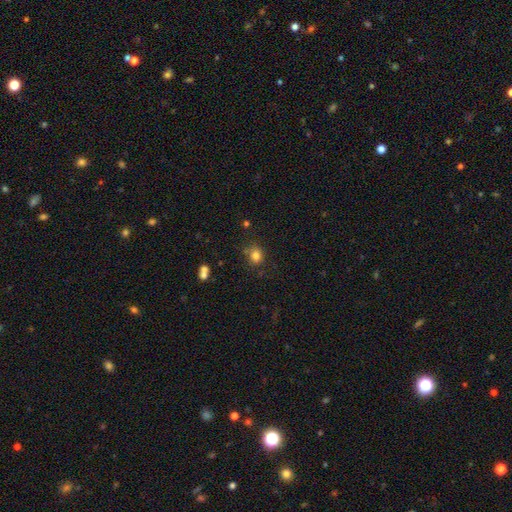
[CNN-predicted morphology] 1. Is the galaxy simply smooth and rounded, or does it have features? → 81% smooth, 13% star or artifact, 7% featured or disk.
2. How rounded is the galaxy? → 71% round, 28% in between, 1% cigar-shaped.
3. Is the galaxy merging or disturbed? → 74% none, 15% minor disturbance, 7% merger, 4% major disturbance.